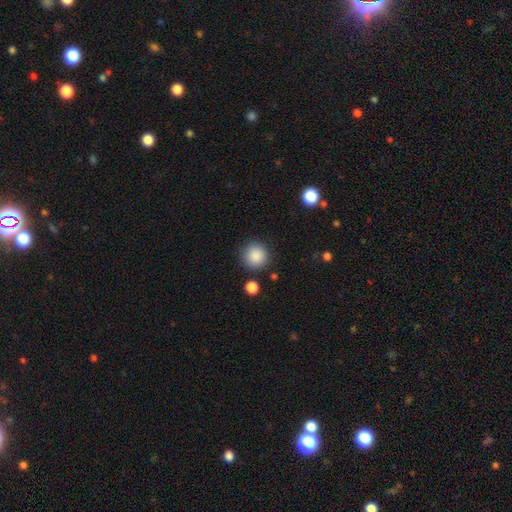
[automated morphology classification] smooth_or_featured: smooth (p=0.87) [alt: star or artifact p=0.09]
how_rounded: round (p=0.94) [alt: in between p=0.05]
merging: none (p=0.87) [alt: minor disturbance p=0.08]